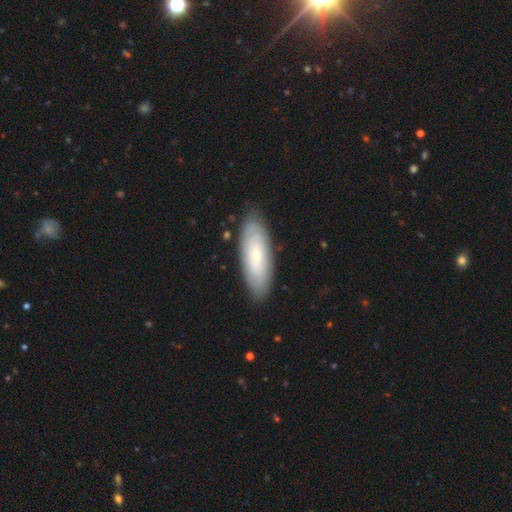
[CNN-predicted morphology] Q: Smooth or featured?
A: smooth (49%); runner-up: featured or disk (44%)
Q: Merging?
A: none (84%); runner-up: minor disturbance (12%)